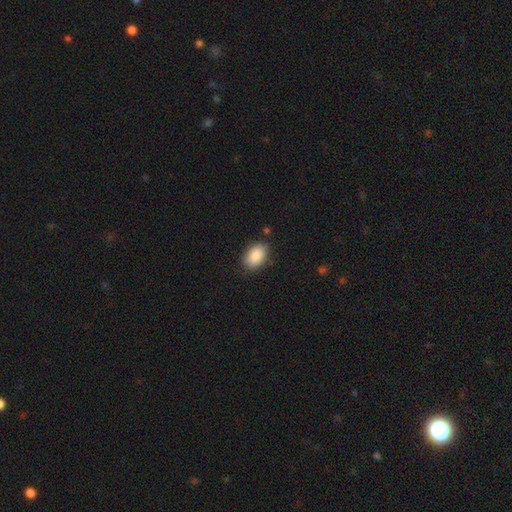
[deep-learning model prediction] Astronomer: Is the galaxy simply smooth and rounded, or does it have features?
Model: smooth — 89%.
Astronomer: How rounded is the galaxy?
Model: in between — 88%.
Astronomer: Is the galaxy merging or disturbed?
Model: none — 83%.